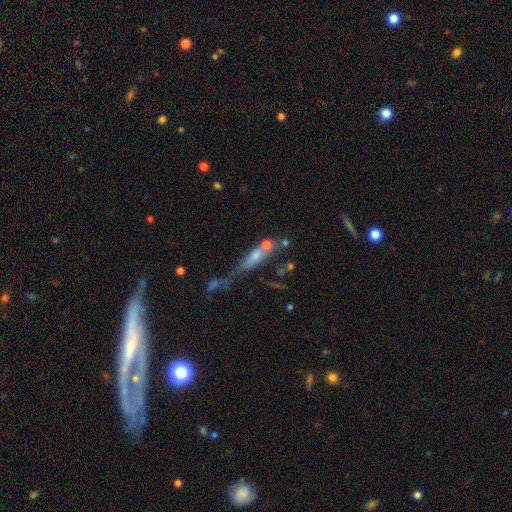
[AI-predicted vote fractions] Smooth or featured? Predicted: smooth (p=0.44). Merging? Predicted: merger (p=0.38).